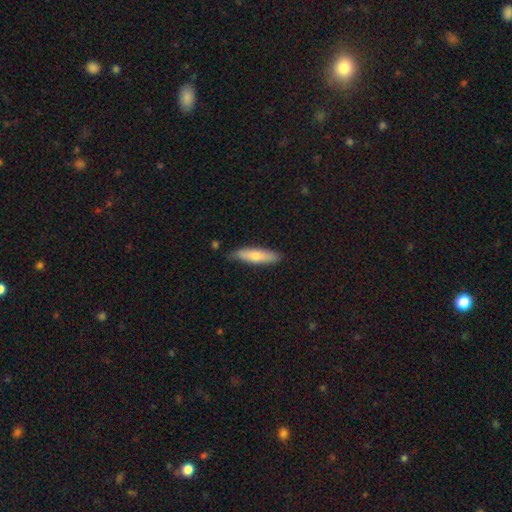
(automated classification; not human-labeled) smooth-or-featured: smooth: 65% | featured or disk: 29% | star or artifact: 6%
  how-rounded: cigar-shaped: 77% | in between: 22% | round: 2%
  merging: none: 83% | minor disturbance: 14% | major disturbance: 2% | merger: 2%